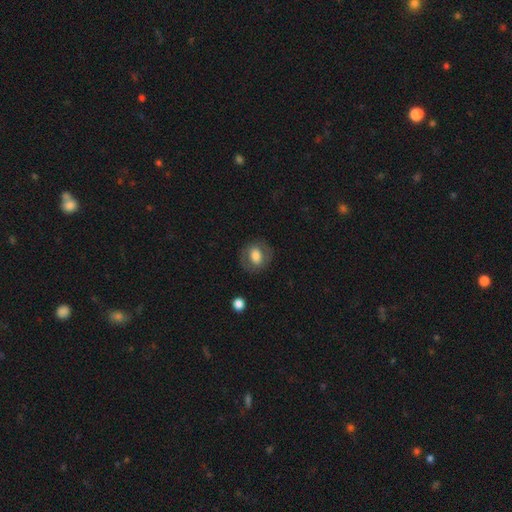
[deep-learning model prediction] Q: Smooth or featured?
A: smooth (64%); runner-up: featured or disk (28%)
Q: How rounded?
A: round (51%); runner-up: in between (48%)
Q: Merging?
A: none (80%); runner-up: minor disturbance (12%)